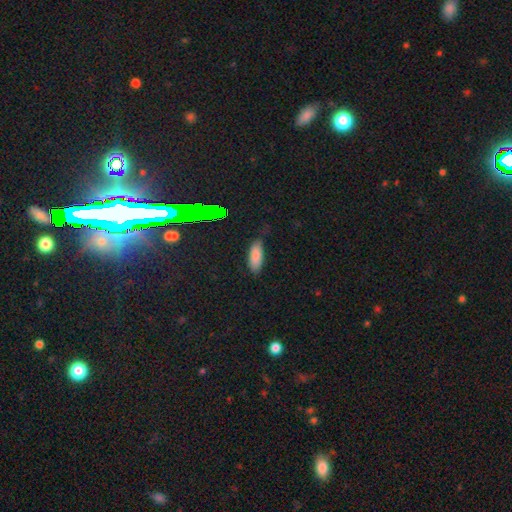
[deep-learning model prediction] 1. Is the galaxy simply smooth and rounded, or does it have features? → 83% smooth, 10% star or artifact, 7% featured or disk.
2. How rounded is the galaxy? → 73% in between, 25% cigar-shaped, 2% round.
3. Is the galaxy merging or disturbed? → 66% none, 25% minor disturbance, 7% major disturbance, 2% merger.